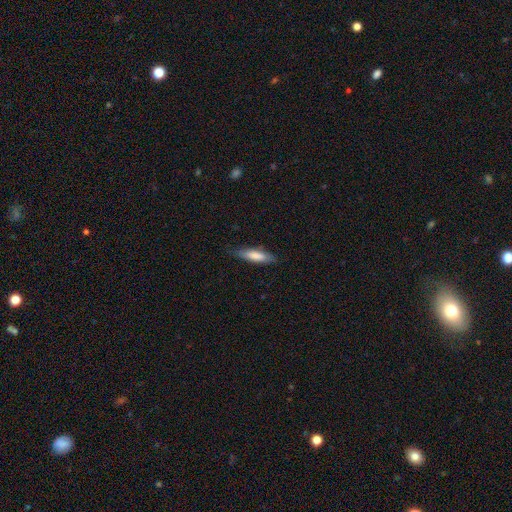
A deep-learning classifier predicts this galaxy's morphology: A smooth galaxy with no disk features (77%) that is cigar-shaped (65%). Merging: none (82%).